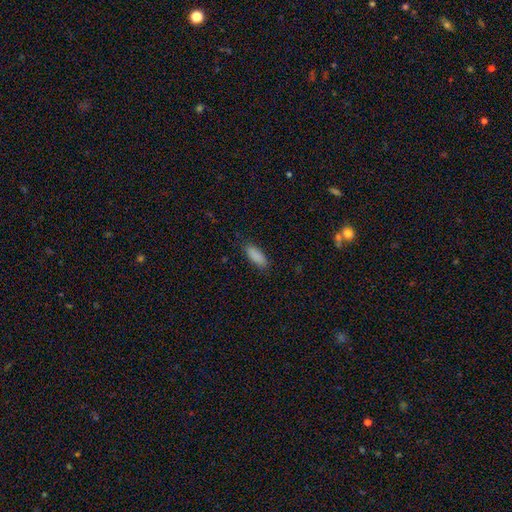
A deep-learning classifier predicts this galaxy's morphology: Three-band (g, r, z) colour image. It shows a smooth galaxy with no disk features (89%) that is in between round and cigar-shaped (73%). Merging: none (84%).